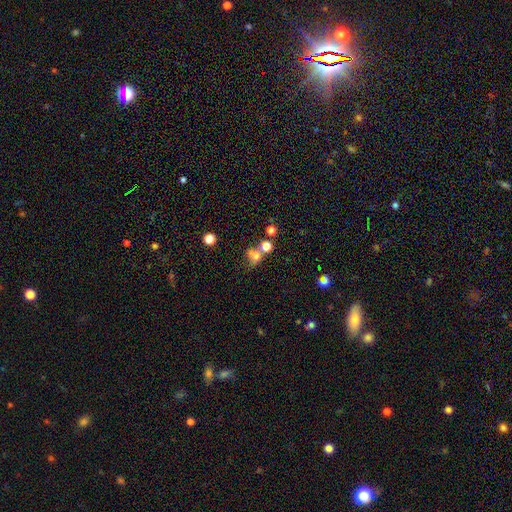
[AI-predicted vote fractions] smooth_or_featured: smooth (p=0.62) [alt: star or artifact p=0.20]
how_rounded: round (p=0.53) [alt: in between p=0.45]
merging: merger (p=0.38) [alt: none p=0.33]